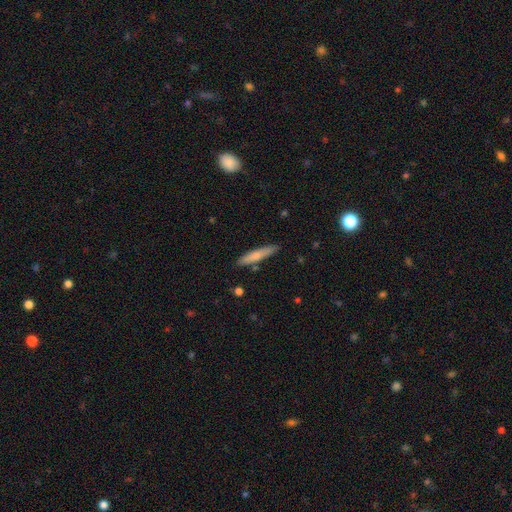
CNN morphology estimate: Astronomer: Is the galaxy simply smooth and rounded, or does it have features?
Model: smooth — 71%.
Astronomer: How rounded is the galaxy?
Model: cigar-shaped — 91%.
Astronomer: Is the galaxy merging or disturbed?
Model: none — 85%.